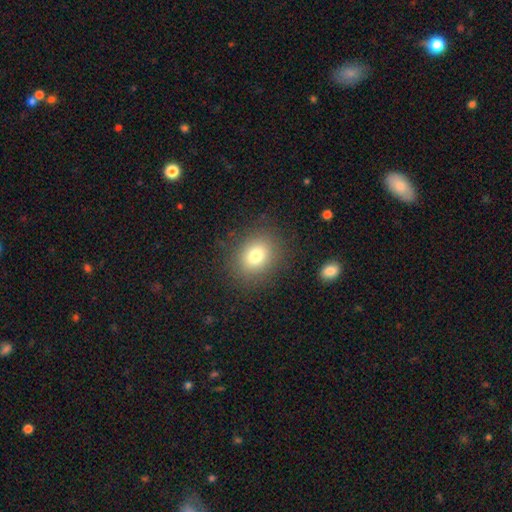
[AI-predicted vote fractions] smooth-or-featured: smooth: 77% | star or artifact: 12% | featured or disk: 11%
  how-rounded: round: 56% | in between: 43% | cigar-shaped: 1%
  merging: none: 85% | minor disturbance: 9% | major disturbance: 4% | merger: 1%